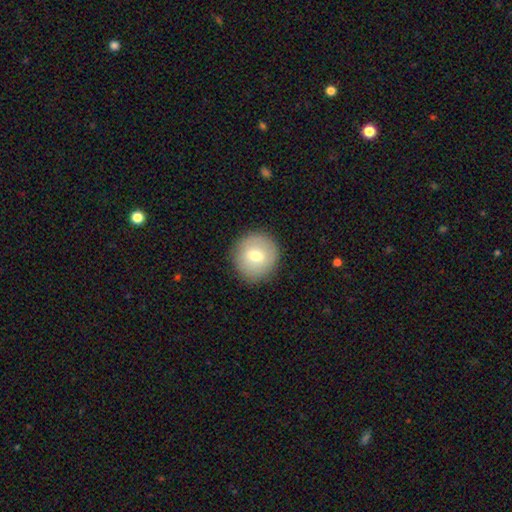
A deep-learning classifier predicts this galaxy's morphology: Smooth or featured: smooth — 70% (featured or disk — 22%)
How rounded: round — 92% (in between — 7%)
Merging: none — 88% (minor disturbance — 8%)